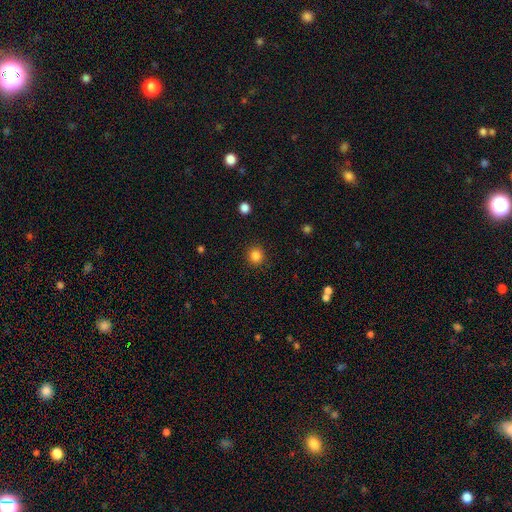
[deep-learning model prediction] Morphology: type=smooth (84%); roundness=round (89%); merging=none (91%).